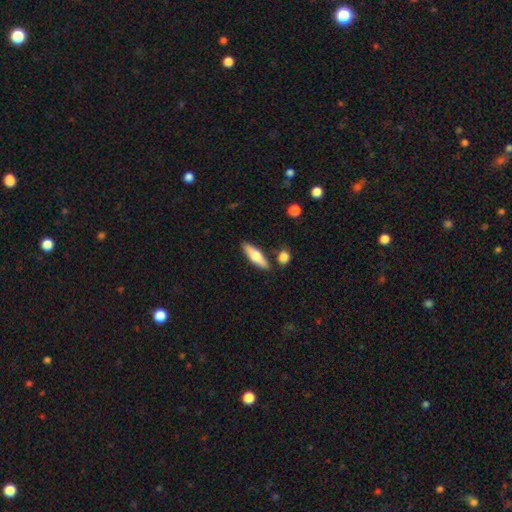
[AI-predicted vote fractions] This is possibly a smooth galaxy (57%). How rounded: possibly cigar-shaped (56%). Merging: clearly none (82%).